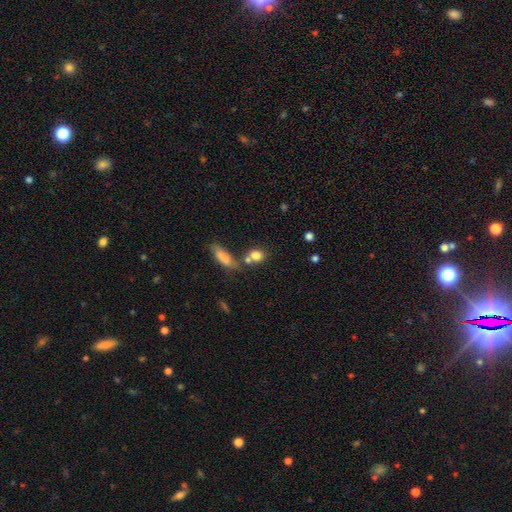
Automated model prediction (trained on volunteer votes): Smooth or featured?
  - smooth: 80% *
  - star or artifact: 11%
  - featured or disk: 9%
How rounded?
  - round: 57% *
  - in between: 39%
  - cigar-shaped: 5%
Merging?
  - none: 50% *
  - merger: 32%
  - minor disturbance: 12%
  - major disturbance: 6%